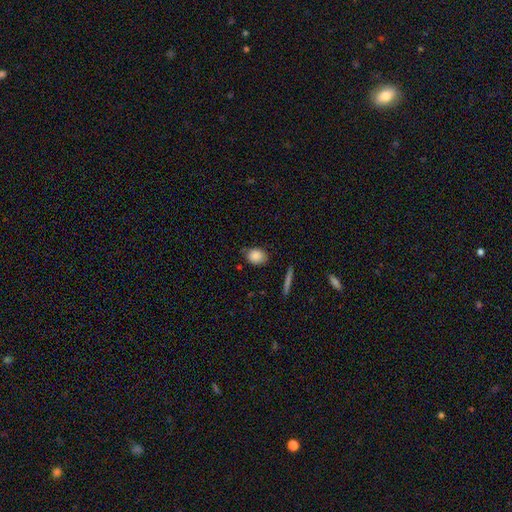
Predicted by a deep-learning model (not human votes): smooth_or_featured: smooth (p=0.87) [alt: star or artifact p=0.08]
how_rounded: round (p=0.50) [alt: in between p=0.47]
merging: none (p=0.78) [alt: minor disturbance p=0.17]